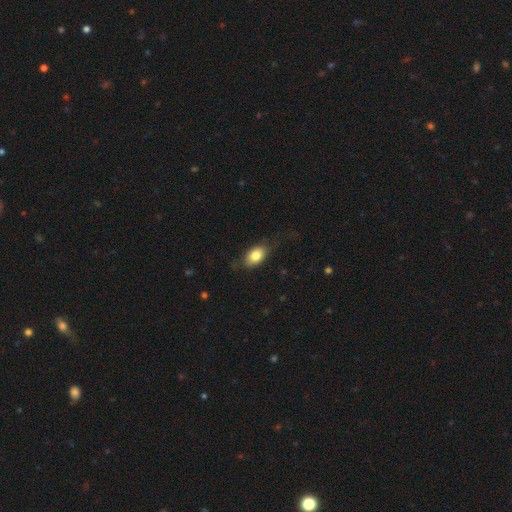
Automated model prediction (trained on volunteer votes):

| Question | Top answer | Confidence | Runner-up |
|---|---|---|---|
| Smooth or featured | smooth | 80% | featured or disk (13%) |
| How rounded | in between | 87% | round (11%) |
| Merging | none | 72% | minor disturbance (19%) |